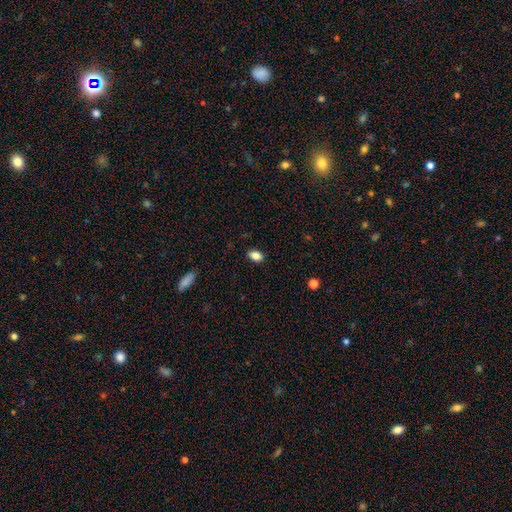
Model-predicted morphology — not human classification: Overall: smooth (85%). How rounded: in between (86%). Merging: none (87%).